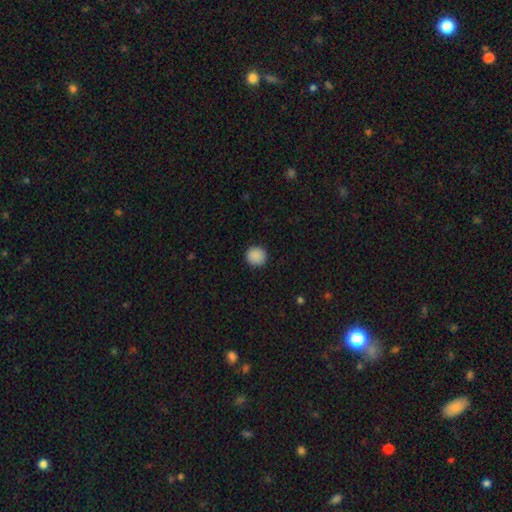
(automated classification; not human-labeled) Smooth or featured: smooth — 89% (star or artifact — 8%)
How rounded: round — 94% (in between — 5%)
Merging: none — 91% (minor disturbance — 6%)